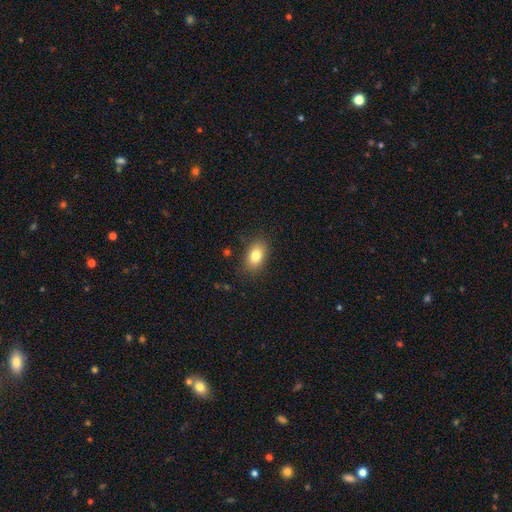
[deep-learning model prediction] This appears to be a smooth galaxy with no disk features (82%) that is in between round and cigar-shaped (86%). Merging: none (85%).